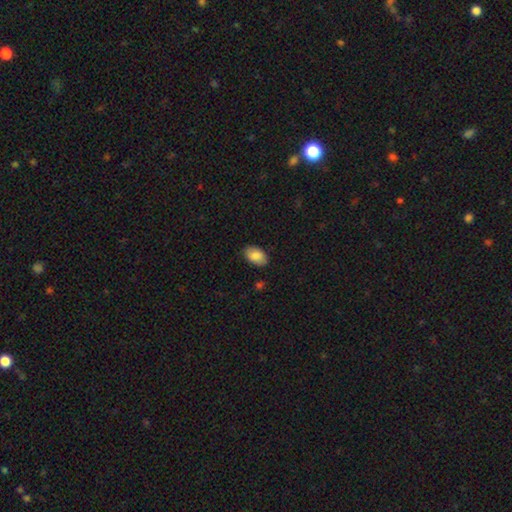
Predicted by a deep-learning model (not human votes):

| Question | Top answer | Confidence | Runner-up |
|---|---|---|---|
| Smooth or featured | smooth | 85% | featured or disk (8%) |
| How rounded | in between | 92% | round (7%) |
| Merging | none | 86% | minor disturbance (11%) |